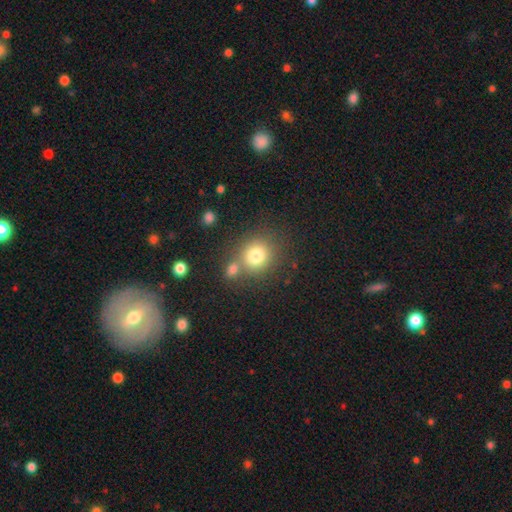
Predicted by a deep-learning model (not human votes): This is likely a smooth galaxy (78%). How rounded: clearly round (82%). Merging: likely none (61%).